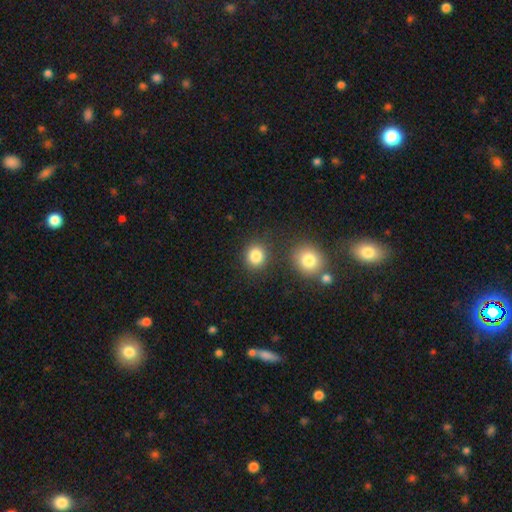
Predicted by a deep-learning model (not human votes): The model was most divided on "how rounded": round: 82%, in between: 17%, cigar-shaped: 1%. More confident: smooth or featured — smooth (85%); merging — none (81%).